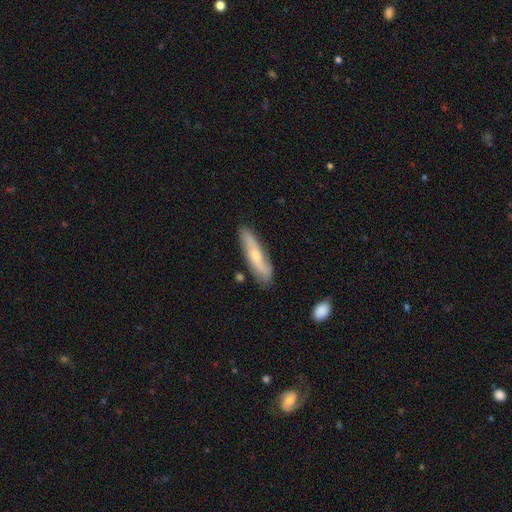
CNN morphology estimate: This is possibly a smooth galaxy (49%). Merging: likely none (79%).